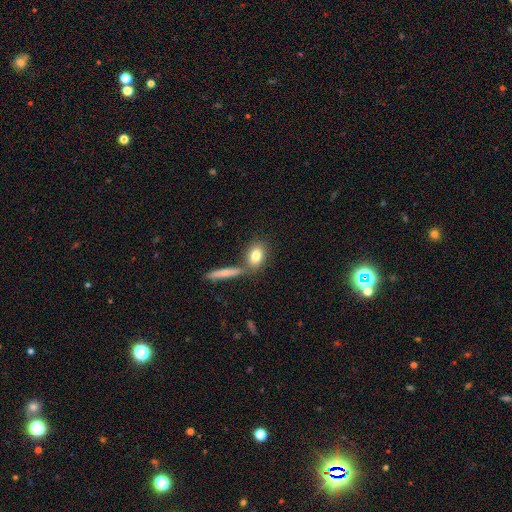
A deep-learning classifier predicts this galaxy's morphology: A smooth galaxy with no disk features (79%) that is in between round and cigar-shaped (72%).

Vote fractions:
- Smooth or featured? smooth: 79% / featured or disk: 13% / star or artifact: 8%
- How rounded? in between: 72% / round: 19% / cigar-shaped: 9%
- Merging? none: 61% / merger: 24% / minor disturbance: 12% / major disturbance: 4%